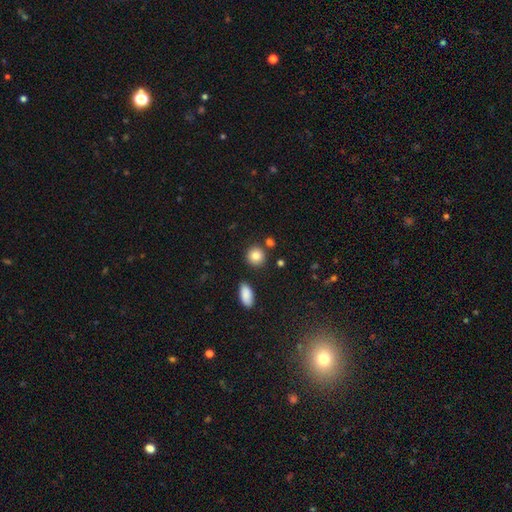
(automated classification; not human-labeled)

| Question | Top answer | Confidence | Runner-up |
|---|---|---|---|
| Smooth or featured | smooth | 84% | star or artifact (9%) |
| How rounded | round | 88% | in between (11%) |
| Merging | none | 82% | minor disturbance (8%) |